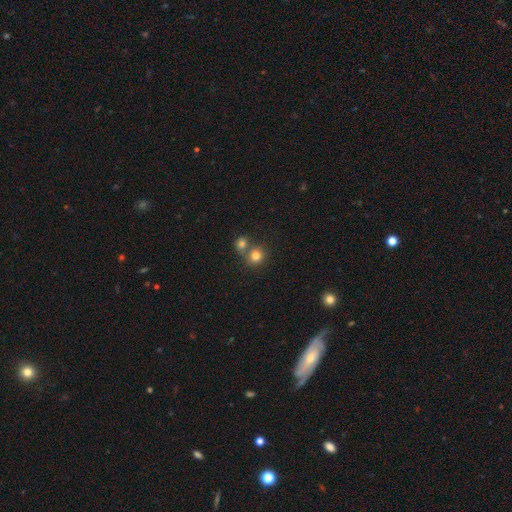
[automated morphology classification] Smooth or featured?
  - smooth: 79% *
  - star or artifact: 13%
  - featured or disk: 8%
How rounded?
  - round: 86% *
  - in between: 13%
  - cigar-shaped: 1%
Merging?
  - none: 52% *
  - merger: 38%
  - minor disturbance: 7%
  - major disturbance: 3%